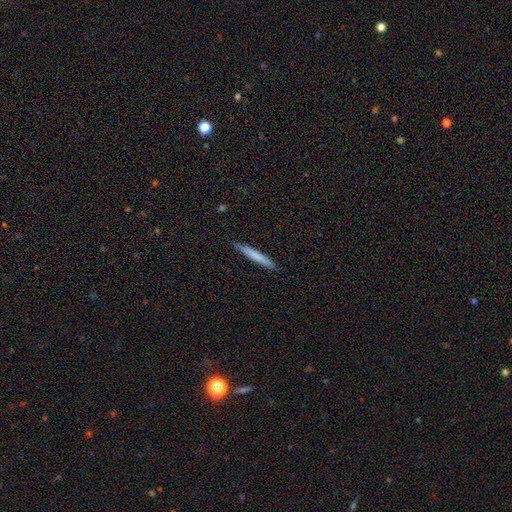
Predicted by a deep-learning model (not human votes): Smooth or featured?
  - smooth: 69% *
  - featured or disk: 26%
  - star or artifact: 5%
How rounded?
  - cigar-shaped: 96% *
  - in between: 3%
  - round: 1%
Merging?
  - none: 86% *
  - minor disturbance: 11%
  - major disturbance: 2%
  - merger: 1%